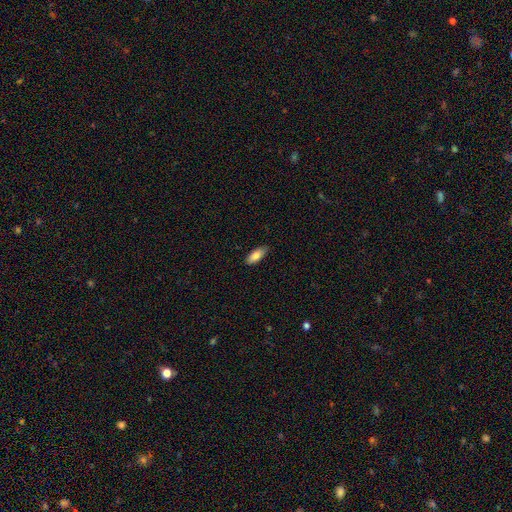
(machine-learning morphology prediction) smooth-or-featured: smooth: 81% | featured or disk: 13% | star or artifact: 6%
  how-rounded: in between: 81% | cigar-shaped: 17% | round: 2%
  merging: none: 85% | minor disturbance: 12% | major disturbance: 2% | merger: 1%